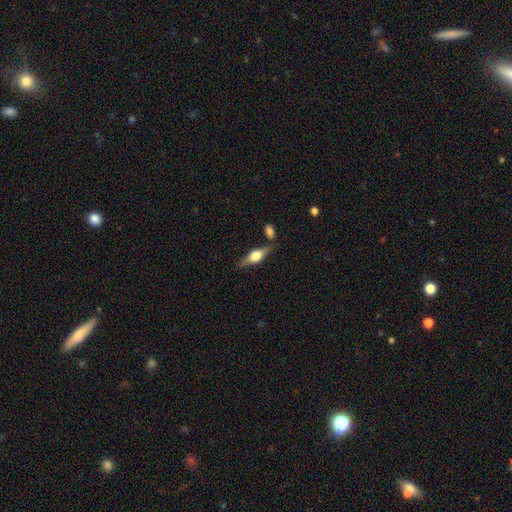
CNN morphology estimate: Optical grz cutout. It shows a featured or disk galaxy (63%) viewed edge-on (94%) with a rounded central bulge (91%). Merging: none (74%).